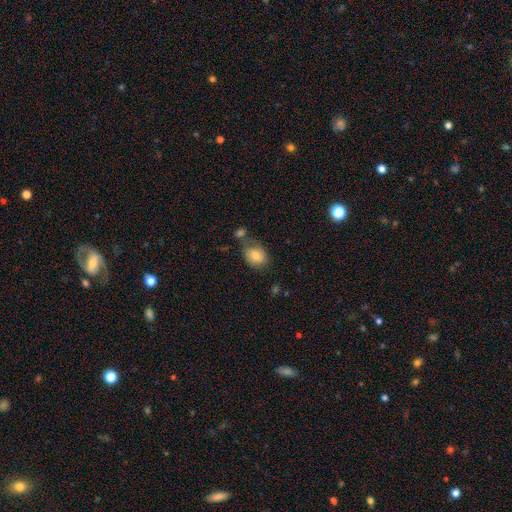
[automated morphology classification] This appears to be a smooth galaxy with no disk features (75%) that is in between round and cigar-shaped (61%). Merging: none (49%).